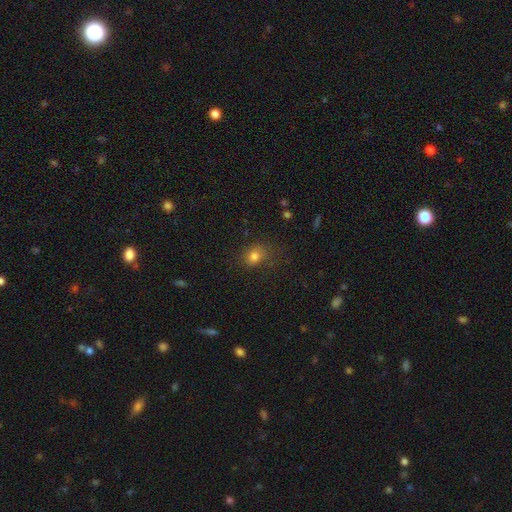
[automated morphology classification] Smooth or featured: smooth — 75% (star or artifact — 16%)
How rounded: in between — 50% (round — 49%)
Merging: none — 73% (minor disturbance — 18%)